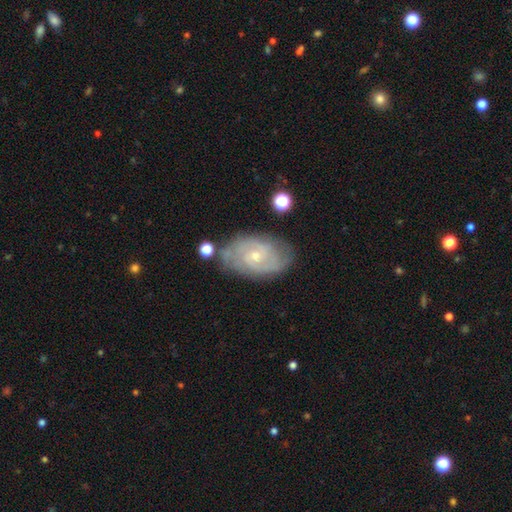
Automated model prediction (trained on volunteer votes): smooth_or_featured: featured or disk (p=0.79) [alt: smooth p=0.15]
disk_edge_on: no (p=0.96) [alt: yes p=0.04]
bar: no (p=0.68) [alt: weak p=0.28]
has_spiral_arms: yes (p=0.92) [alt: no p=0.08]
spiral_winding: tight (p=0.63) [alt: medium p=0.30]
spiral_arm_count: 2 (p=0.39) [alt: can't tell p=0.35]
bulge_size: small (p=0.69) [alt: moderate p=0.28]
merging: none (p=0.72) [alt: minor disturbance p=0.19]